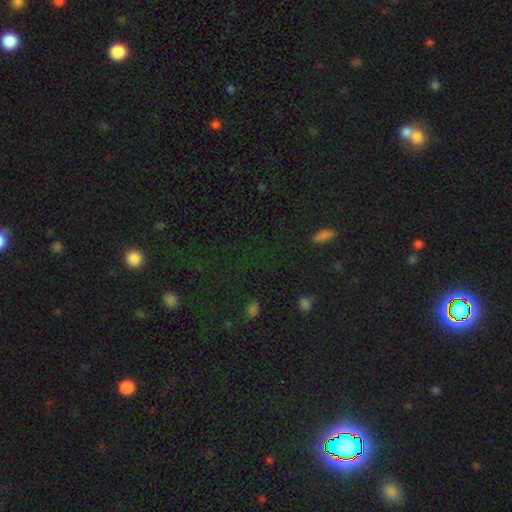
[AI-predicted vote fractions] Smooth or featured? Predicted: star or artifact (p=0.68).